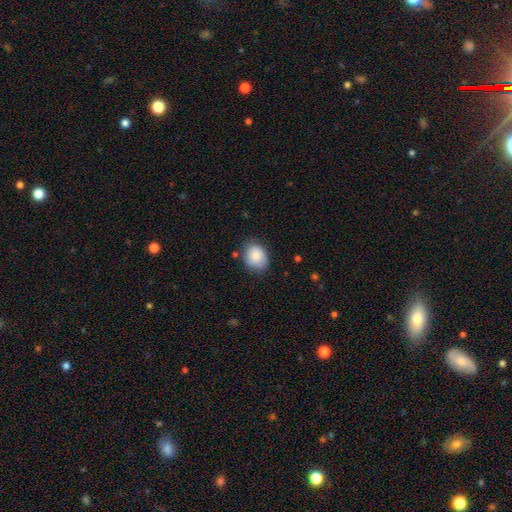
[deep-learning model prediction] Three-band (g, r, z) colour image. It shows a smooth galaxy with no disk features (85%) that is in between round and cigar-shaped (55%). Merging: none (75%).